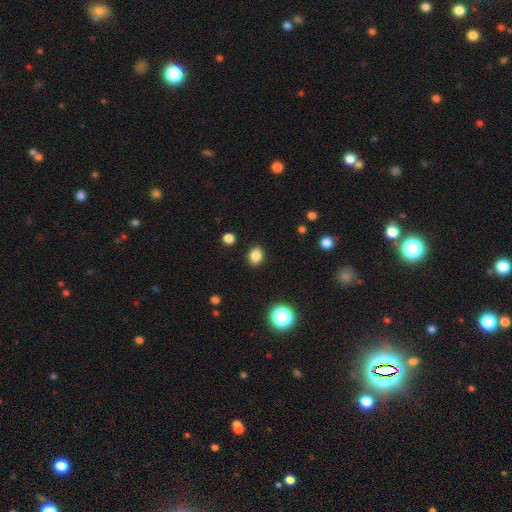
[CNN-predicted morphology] Smooth or featured? smooth (84%)
How rounded? round (54%)
Merging? none (88%)